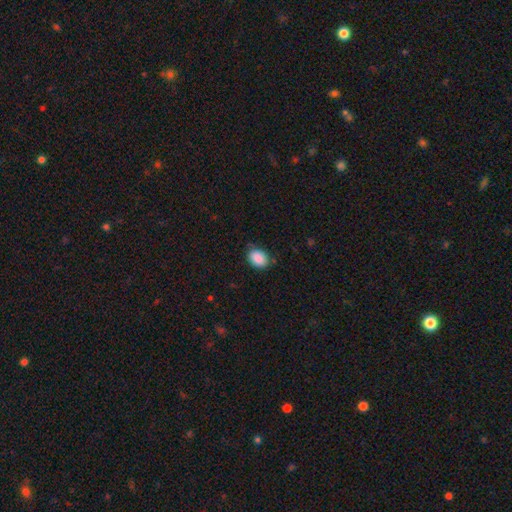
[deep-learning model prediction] A smooth galaxy with no disk features (88%) that is in between round and cigar-shaped (78%).

Vote fractions:
- Smooth or featured? smooth: 88% / star or artifact: 7% / featured or disk: 4%
- How rounded? in between: 78% / round: 21% / cigar-shaped: 1%
- Merging? none: 74% / minor disturbance: 21% / major disturbance: 4% / merger: 2%